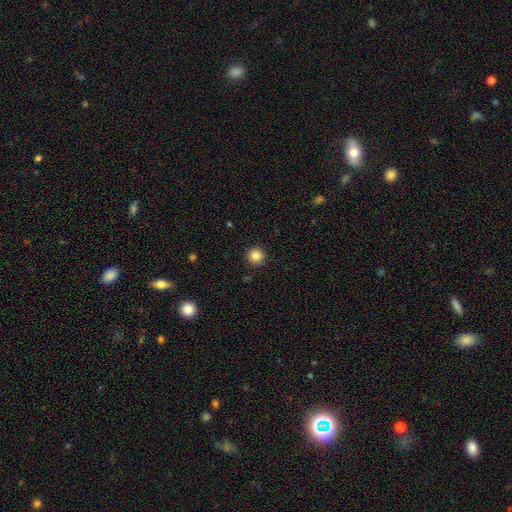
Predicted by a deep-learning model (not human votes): A smooth galaxy with no disk features (85%) that is round (95%).

Vote fractions:
- Smooth or featured? smooth: 85% / star or artifact: 11% / featured or disk: 4%
- How rounded? round: 95% / in between: 4% / cigar-shaped: 1%
- Merging? none: 92% / minor disturbance: 5% / major disturbance: 2% / merger: 1%